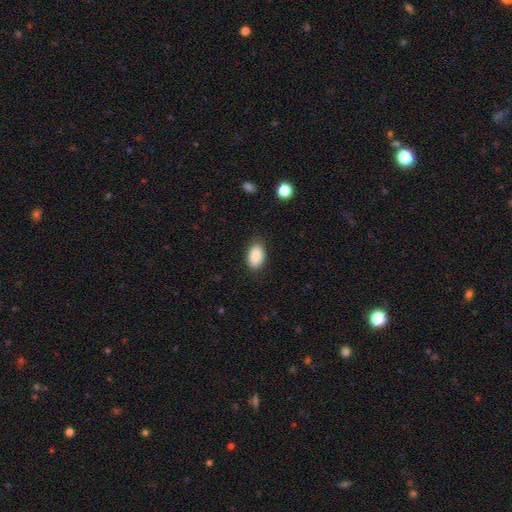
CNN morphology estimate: Smooth or featured? Predicted: smooth (p=0.89). How rounded? Predicted: in between (p=0.92). Merging? Predicted: none (p=0.81).